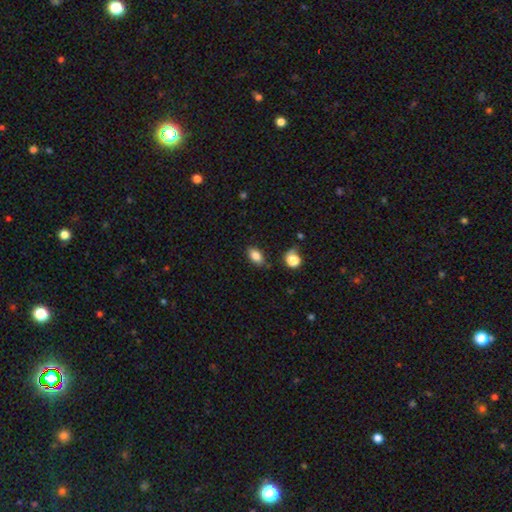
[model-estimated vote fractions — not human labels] This is clearly a smooth galaxy (84%). How rounded: clearly in between (86%). Merging: clearly none (81%).